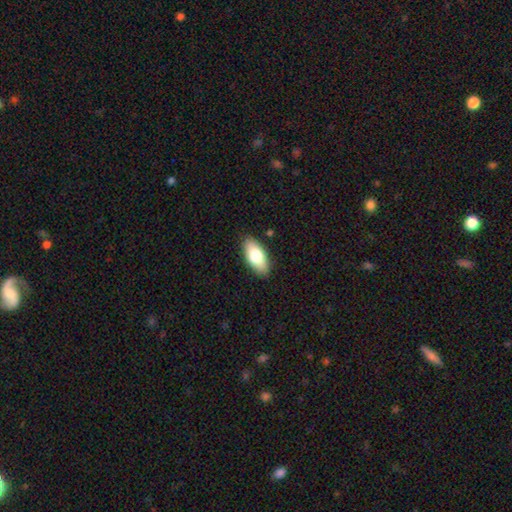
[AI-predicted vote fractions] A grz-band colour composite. It shows a smooth galaxy with no disk features (75%) that is in between round and cigar-shaped (90%). Merging: none (88%).